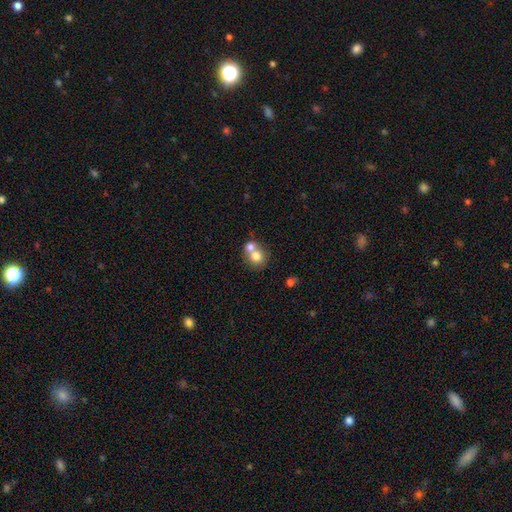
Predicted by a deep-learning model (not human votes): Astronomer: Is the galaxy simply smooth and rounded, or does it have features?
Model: smooth — 74%.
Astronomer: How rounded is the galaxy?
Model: round — 76%.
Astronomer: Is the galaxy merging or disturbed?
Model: merger — 59%.